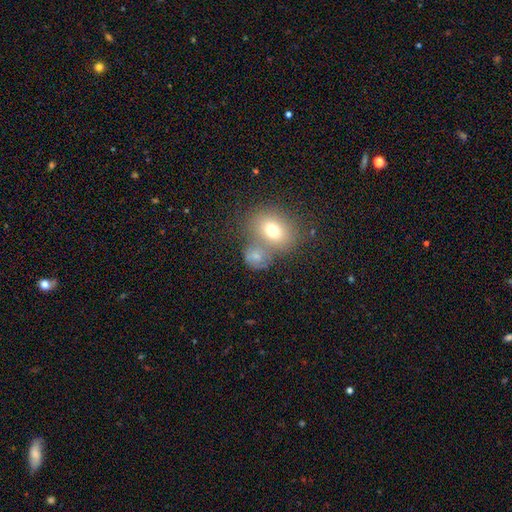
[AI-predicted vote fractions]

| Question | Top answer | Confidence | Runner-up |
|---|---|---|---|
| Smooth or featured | smooth | 68% | featured or disk (18%) |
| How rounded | round | 61% | in between (38%) |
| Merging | none | 43% | merger (38%) |